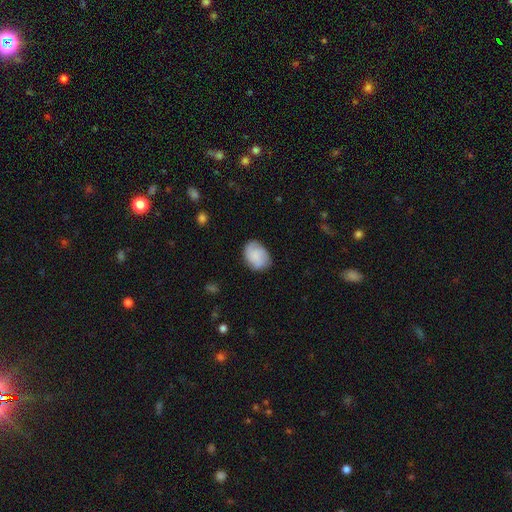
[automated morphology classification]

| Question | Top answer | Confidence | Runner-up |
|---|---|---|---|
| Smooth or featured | smooth | 64% | featured or disk (28%) |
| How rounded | in between | 71% | round (28%) |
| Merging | none | 76% | minor disturbance (18%) |